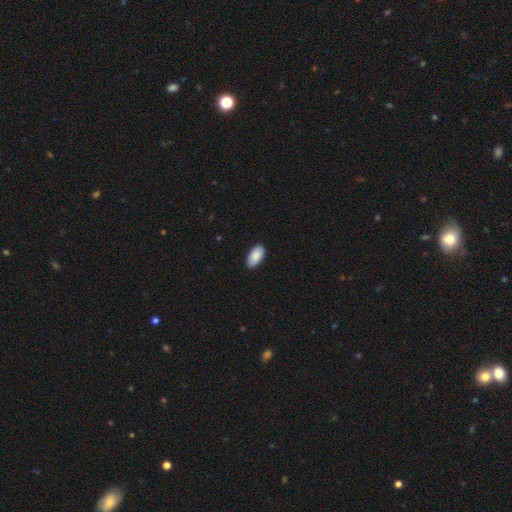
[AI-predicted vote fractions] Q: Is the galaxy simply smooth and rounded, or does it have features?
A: smooth — 89%.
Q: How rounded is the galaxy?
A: in between — 95%.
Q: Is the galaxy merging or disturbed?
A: none — 88%.